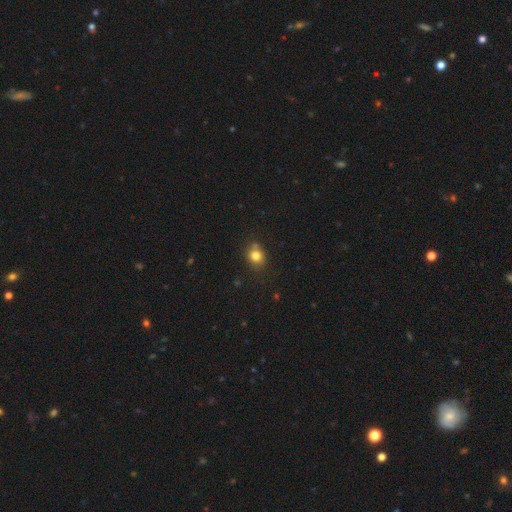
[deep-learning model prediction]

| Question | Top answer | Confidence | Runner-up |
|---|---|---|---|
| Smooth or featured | smooth | 80% | star or artifact (12%) |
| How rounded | round | 73% | in between (26%) |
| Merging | none | 70% | minor disturbance (16%) |